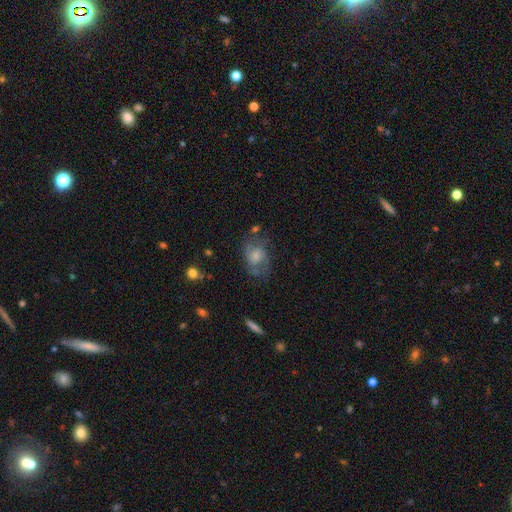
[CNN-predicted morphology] A featured or disk galaxy (62%) with no bar (60%), spiral arms (82%) and a small central bulge (41%). Merging: none (55%).